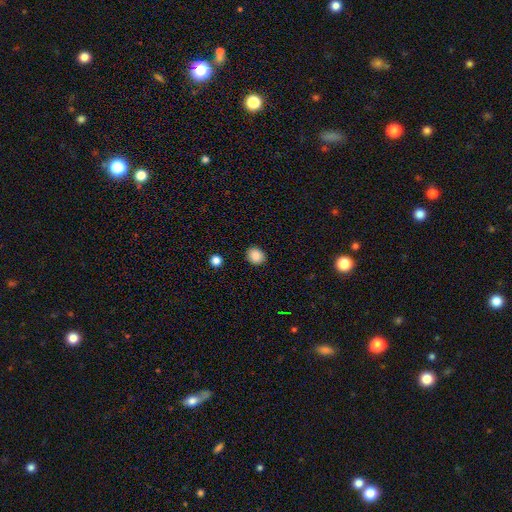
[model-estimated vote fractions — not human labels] The model was most divided on "how rounded": round: 69%, in between: 30%, cigar-shaped: 1%. More confident: merging — none (90%); smooth or featured — smooth (87%).